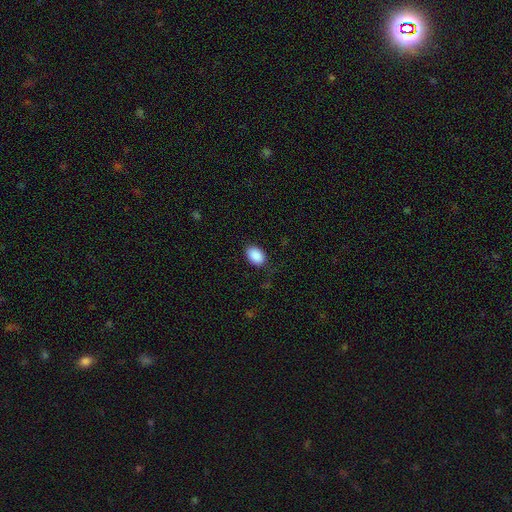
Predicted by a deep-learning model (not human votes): Smooth or featured?
  - smooth: 90% *
  - star or artifact: 7%
  - featured or disk: 3%
How rounded?
  - in between: 83% *
  - round: 16%
  - cigar-shaped: 1%
Merging?
  - none: 83% *
  - minor disturbance: 13%
  - major disturbance: 4%
  - merger: 1%